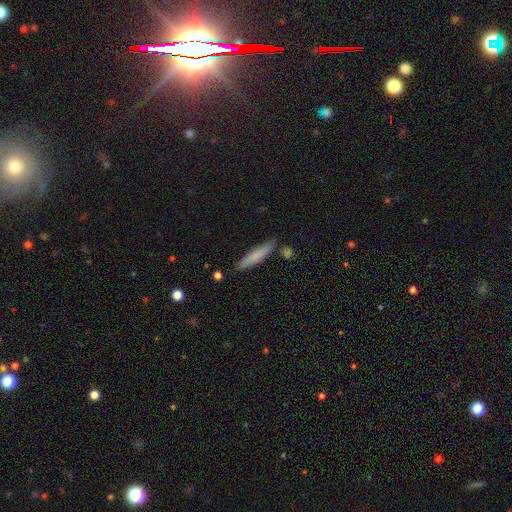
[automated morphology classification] type=smooth (74%); roundness=cigar-shaped (87%); merging=none (83%).